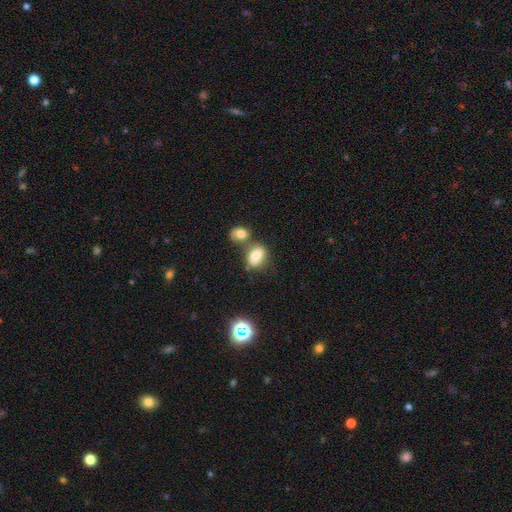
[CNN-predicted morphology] smooth 75%, featured or disk 12%, star or artifact 12%. Down the decision tree: how rounded — in between (75%); merging — none (45%).